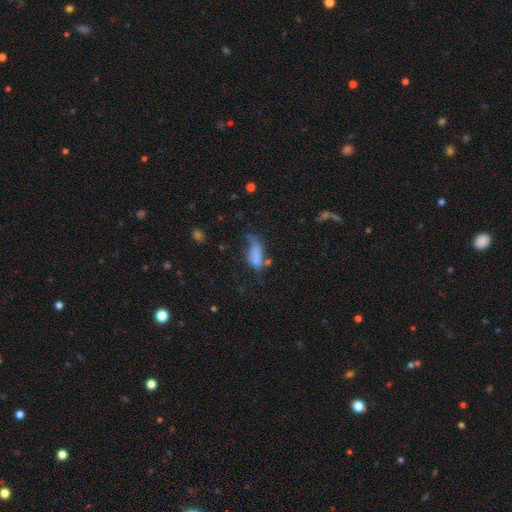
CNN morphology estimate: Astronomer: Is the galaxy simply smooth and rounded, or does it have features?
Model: smooth — 66%.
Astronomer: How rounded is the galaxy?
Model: in between — 81%.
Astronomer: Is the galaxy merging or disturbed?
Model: major disturbance — 39% (runner-up: minor disturbance, 24%).